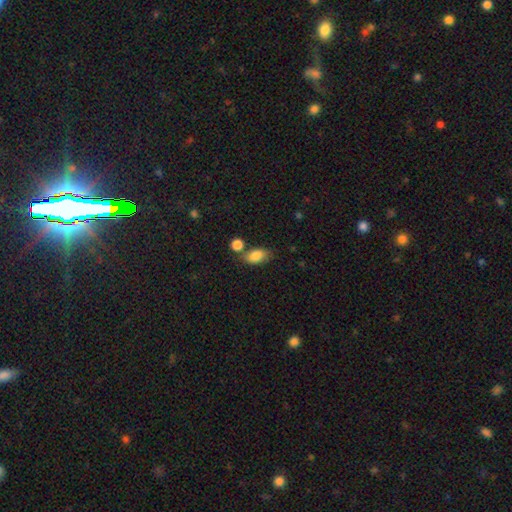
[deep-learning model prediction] Smooth or featured: smooth — 84% (featured or disk — 8%)
How rounded: in between — 89% (round — 9%)
Merging: none — 61% (merger — 18%)